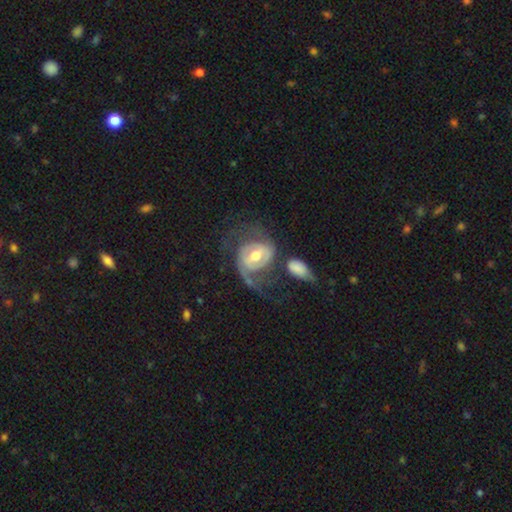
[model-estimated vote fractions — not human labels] Q: Smooth or featured?
A: featured or disk (80%); runner-up: smooth (15%)
Q: Edge-on disk?
A: no (96%); runner-up: yes (4%)
Q: Bar?
A: weak (42%); runner-up: no (34%)
Q: Spiral arms?
A: yes (86%); runner-up: no (14%)
Q: Spiral winding?
A: medium (38%); runner-up: loose (31%)
Q: Spiral arm count?
A: 2 (61%); runner-up: 1 (19%)
Q: Bulge size?
A: moderate (73%); runner-up: small (14%)
Q: Merging?
A: none (33%); tied with: major disturbance (33%)